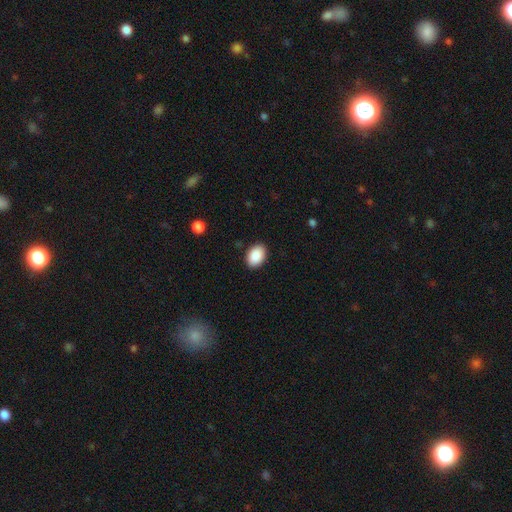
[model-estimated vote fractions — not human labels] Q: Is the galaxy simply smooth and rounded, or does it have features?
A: smooth — 90%.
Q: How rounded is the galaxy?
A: in between — 83%.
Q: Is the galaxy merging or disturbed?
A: none — 89%.